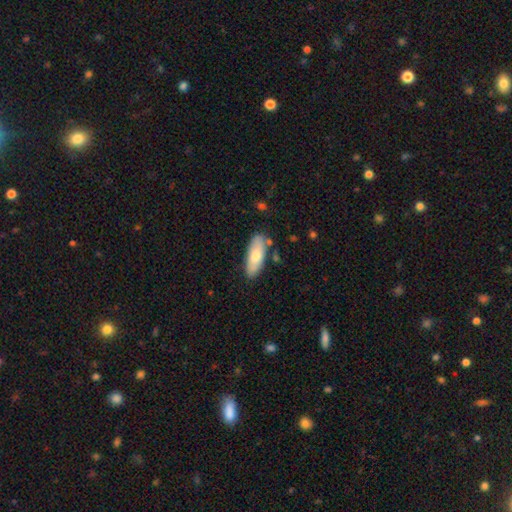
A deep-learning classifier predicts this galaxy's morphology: type=smooth (74%); roundness=in between (75%); merging=none (80%).